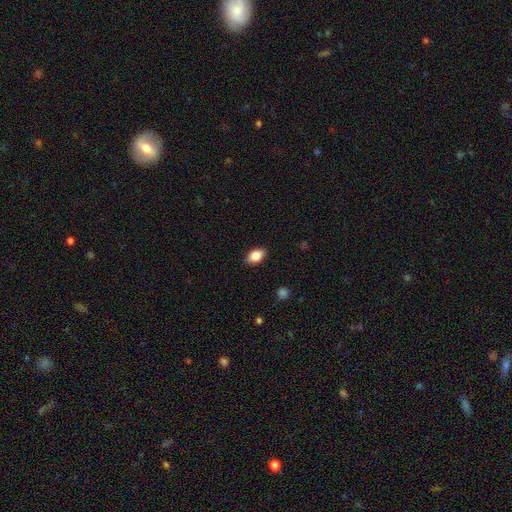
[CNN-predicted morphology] A smooth galaxy with no disk features (85%) that is in between round and cigar-shaped (86%).

Vote fractions:
- Smooth or featured? smooth: 85% / star or artifact: 8% / featured or disk: 7%
- How rounded? in between: 86% / round: 12% / cigar-shaped: 2%
- Merging? none: 86% / minor disturbance: 11% / major disturbance: 2% / merger: 1%